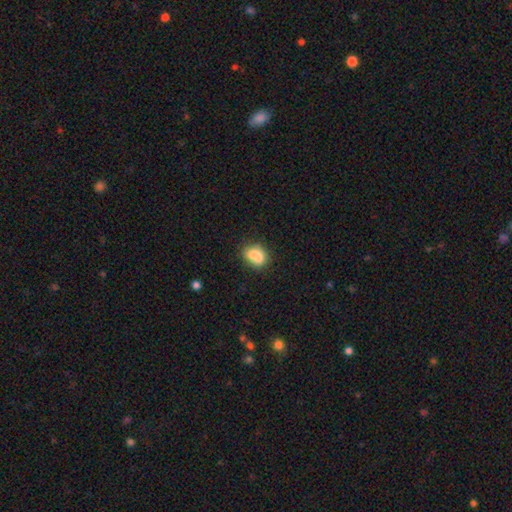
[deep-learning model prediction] Smooth or featured?
  - smooth: 79% *
  - featured or disk: 11%
  - star or artifact: 9%
How rounded?
  - in between: 64% *
  - round: 34%
  - cigar-shaped: 2%
Merging?
  - none: 52% *
  - merger: 23%
  - minor disturbance: 20%
  - major disturbance: 6%